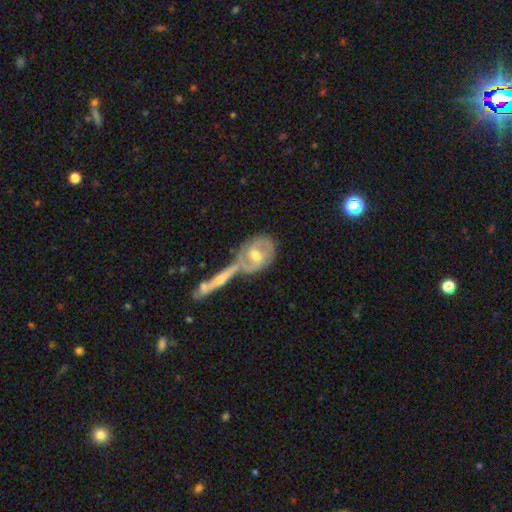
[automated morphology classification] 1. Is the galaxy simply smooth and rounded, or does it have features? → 72% featured or disk, 23% smooth, 5% star or artifact.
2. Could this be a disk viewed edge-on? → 86% no, 14% yes.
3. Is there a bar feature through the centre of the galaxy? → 46% weak, 35% no, 19% strong.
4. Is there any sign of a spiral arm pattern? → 77% yes, 23% no.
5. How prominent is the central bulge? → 74% moderate, 17% small, 6% large, 1% none, 1% dominant.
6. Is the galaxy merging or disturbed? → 45% none, 37% merger, 13% minor disturbance, 5% major disturbance.